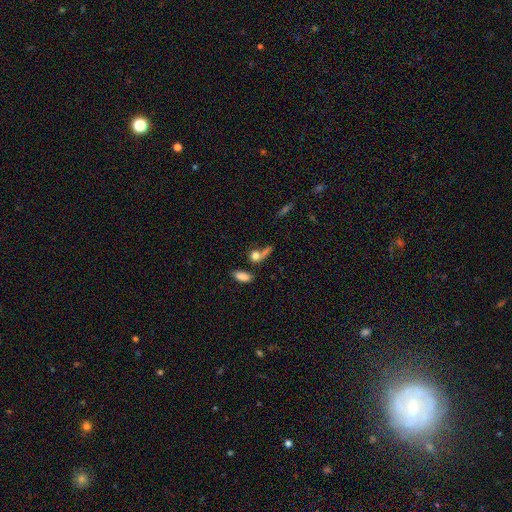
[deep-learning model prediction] Smooth or featured? smooth (78%)
How rounded? round (51%)
Merging? none (47%)